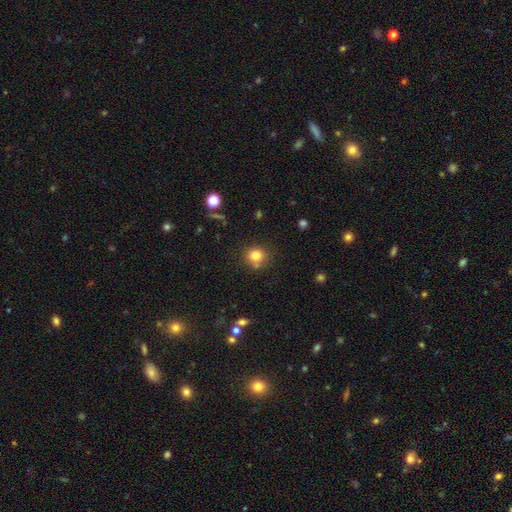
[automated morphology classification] This appears to be a smooth galaxy with no disk features (80%) that is round (87%). Merging: none (76%).